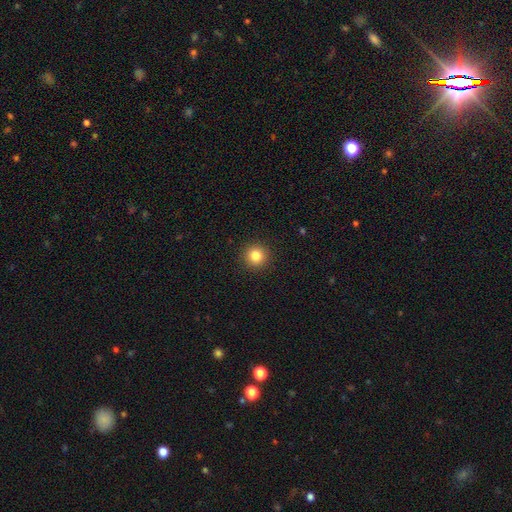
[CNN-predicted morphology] smooth_or_featured: smooth (p=0.84) [alt: star or artifact p=0.11]
how_rounded: round (p=0.95) [alt: in between p=0.04]
merging: none (p=0.93) [alt: minor disturbance p=0.05]